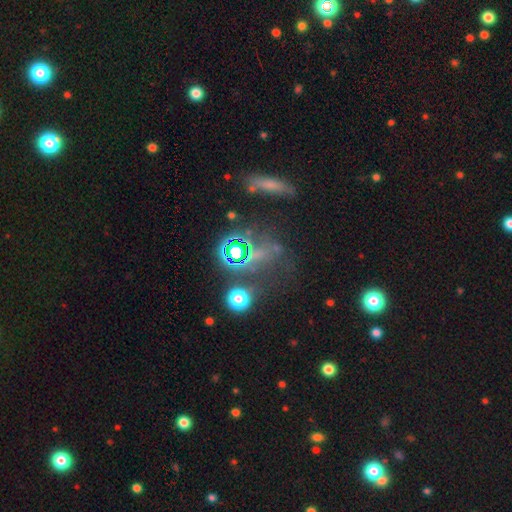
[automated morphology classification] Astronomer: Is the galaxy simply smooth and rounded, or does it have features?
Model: star or artifact — 59%.